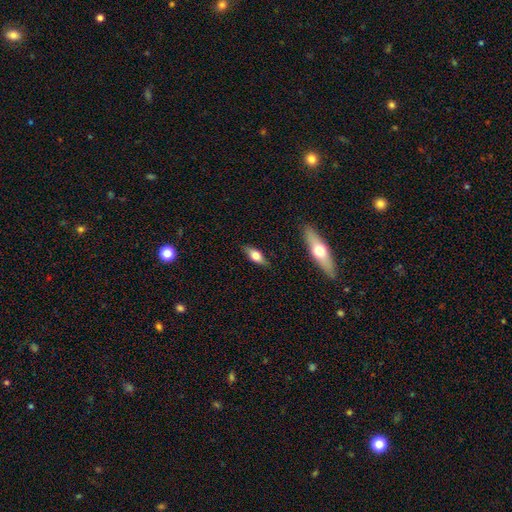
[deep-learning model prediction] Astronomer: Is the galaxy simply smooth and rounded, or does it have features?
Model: smooth — 59%.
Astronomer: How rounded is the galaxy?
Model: in between — 70%.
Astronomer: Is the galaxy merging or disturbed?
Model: none — 83%.